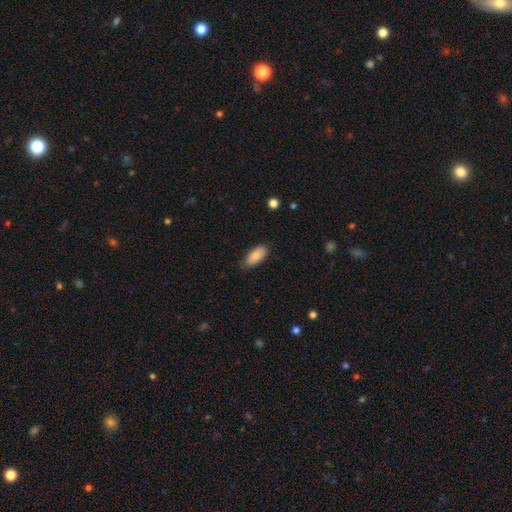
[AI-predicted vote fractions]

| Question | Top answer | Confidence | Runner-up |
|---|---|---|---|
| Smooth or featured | smooth | 84% | featured or disk (10%) |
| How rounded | in between | 90% | cigar-shaped (8%) |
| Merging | none | 81% | minor disturbance (15%) |